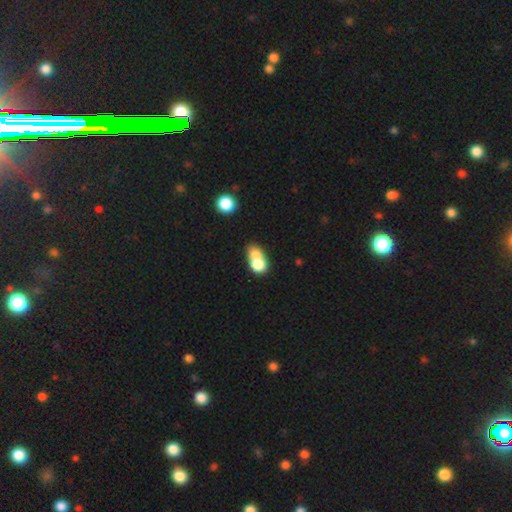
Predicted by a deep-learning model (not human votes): smooth-or-featured: smooth: 72% | featured or disk: 17% | star or artifact: 10%
  how-rounded: round: 50% | in between: 48% | cigar-shaped: 2%
  merging: merger: 67% | none: 22% | minor disturbance: 6% | major disturbance: 4%